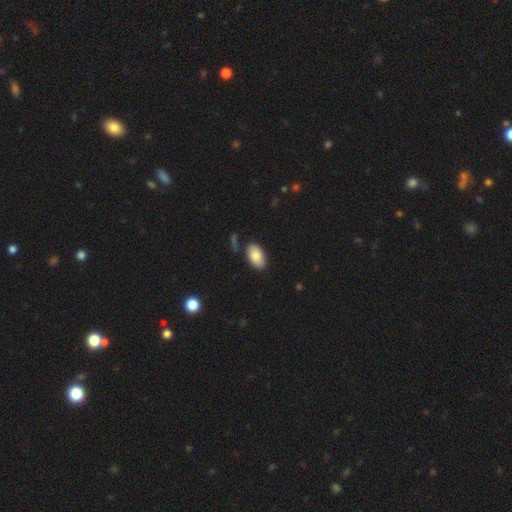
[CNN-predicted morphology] smooth_or_featured: smooth (p=0.84) [alt: featured or disk p=0.09]
how_rounded: in between (p=0.95) [alt: round p=0.04]
merging: none (p=0.80) [alt: minor disturbance p=0.13]